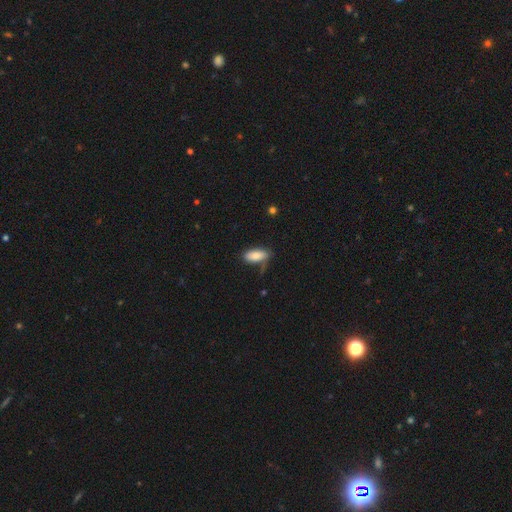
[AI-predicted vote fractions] smooth_or_featured: smooth (p=0.82) [alt: featured or disk p=0.11]
how_rounded: in between (p=0.86) [alt: cigar-shaped p=0.12]
merging: none (p=0.67) [alt: minor disturbance p=0.22]